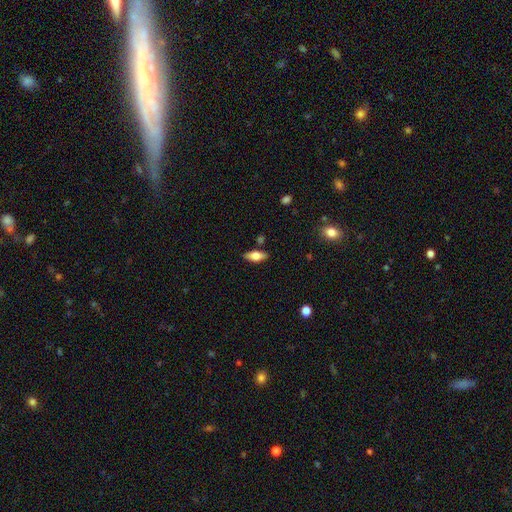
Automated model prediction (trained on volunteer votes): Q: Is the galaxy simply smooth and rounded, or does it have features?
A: smooth — 64%.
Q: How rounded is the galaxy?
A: in between — 81%.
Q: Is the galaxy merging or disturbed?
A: none — 83%.